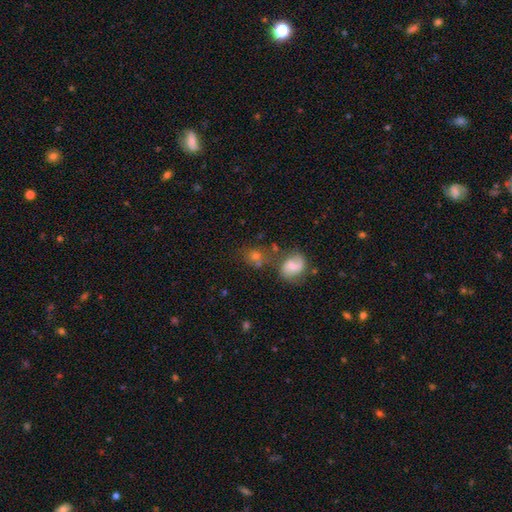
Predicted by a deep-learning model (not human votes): Q: Smooth or featured?
A: smooth (52%); runner-up: featured or disk (29%)
Q: How rounded?
A: round (66%); runner-up: in between (32%)
Q: Merging?
A: none (58%); runner-up: merger (20%)